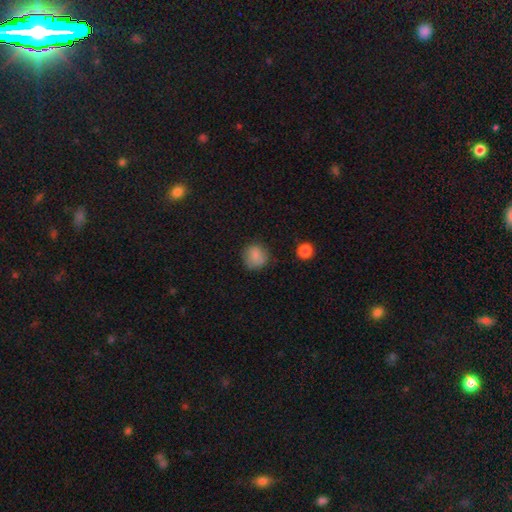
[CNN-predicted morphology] The model was most divided on "merging": none: 76%, minor disturbance: 17%, major disturbance: 5%, merger: 2%. More confident: how rounded — round (86%); smooth or featured — smooth (83%).